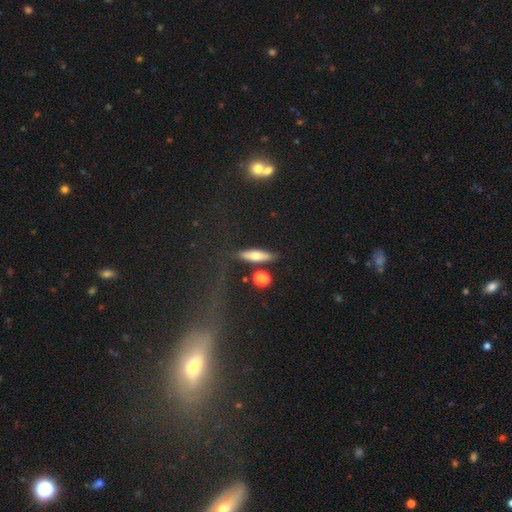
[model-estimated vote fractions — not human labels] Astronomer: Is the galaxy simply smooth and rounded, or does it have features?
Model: smooth — 63%.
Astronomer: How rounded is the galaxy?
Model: cigar-shaped — 52% (runner-up: in between, 43%).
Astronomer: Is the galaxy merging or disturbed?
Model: none — 77%.